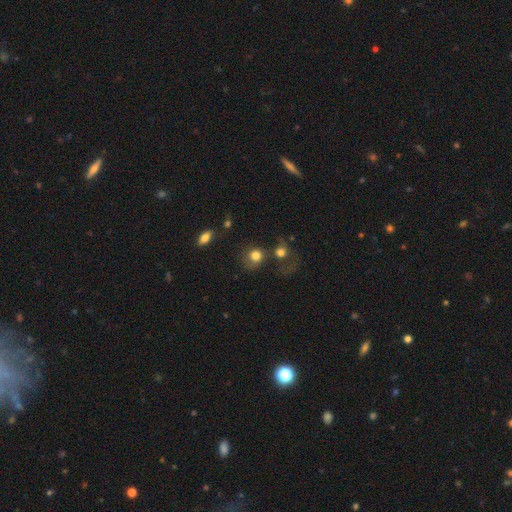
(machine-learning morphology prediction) Q: Smooth or featured?
A: smooth (79%); runner-up: star or artifact (11%)
Q: How rounded?
A: round (80%); runner-up: in between (19%)
Q: Merging?
A: none (48%); runner-up: merger (21%)